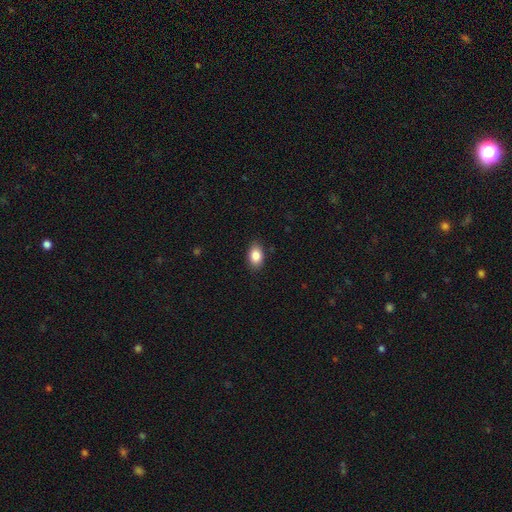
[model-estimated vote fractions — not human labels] Morphology: type=smooth (86%); roundness=in between (87%); merging=none (86%).